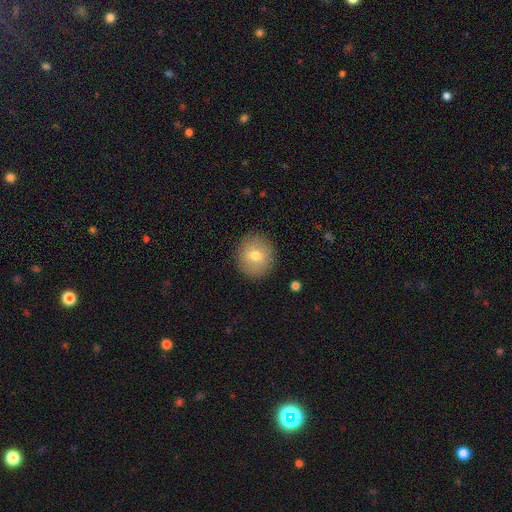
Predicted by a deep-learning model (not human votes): Smooth or featured: smooth — 74% (featured or disk — 18%)
How rounded: round — 88% (in between — 11%)
Merging: none — 89% (minor disturbance — 7%)